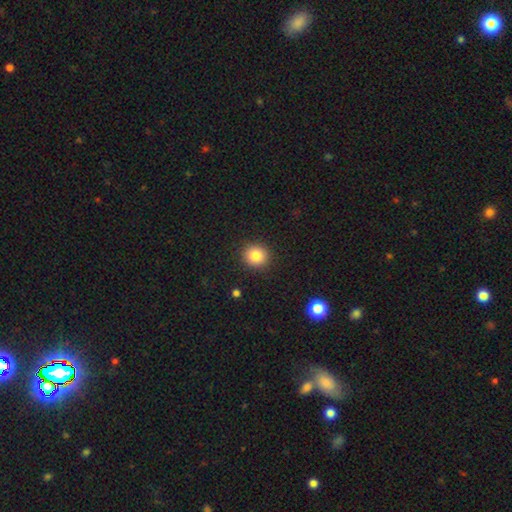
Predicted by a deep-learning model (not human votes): This is clearly a smooth galaxy (84%). How rounded: clearly round (88%). Merging: clearly none (91%).